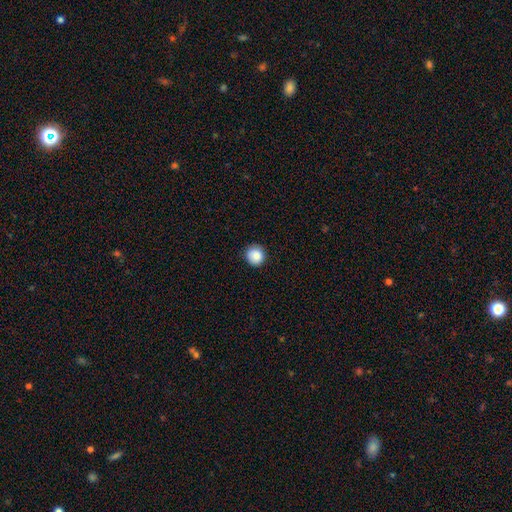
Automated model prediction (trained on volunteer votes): Smooth or featured: smooth — 87% (star or artifact — 9%)
How rounded: round — 93% (in between — 6%)
Merging: none — 89% (minor disturbance — 8%)